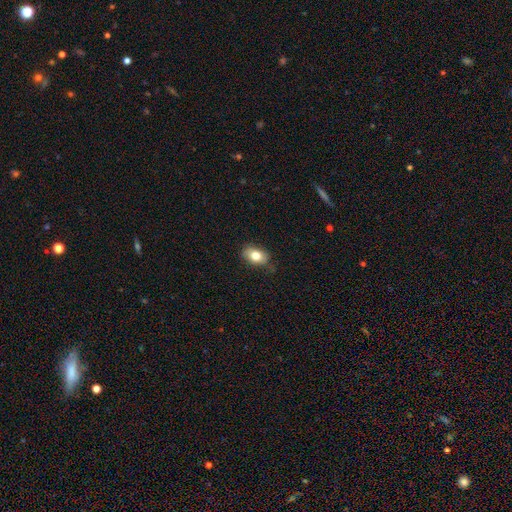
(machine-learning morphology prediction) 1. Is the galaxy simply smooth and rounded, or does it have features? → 79% smooth, 13% featured or disk, 9% star or artifact.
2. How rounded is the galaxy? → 81% in between, 17% round, 2% cigar-shaped.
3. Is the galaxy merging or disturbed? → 74% none, 21% minor disturbance, 4% major disturbance, 1% merger.